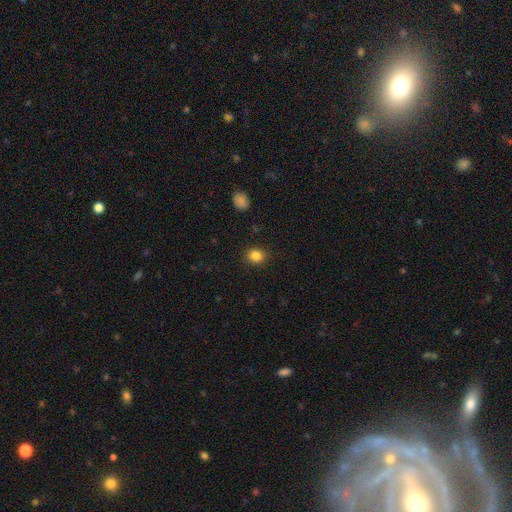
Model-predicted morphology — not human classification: Smooth or featured? smooth (84%)
How rounded? round (75%)
Merging? none (89%)